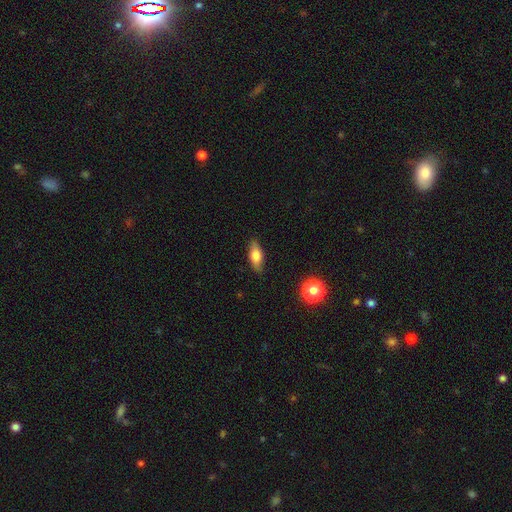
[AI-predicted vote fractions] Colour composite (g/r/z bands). It shows a smooth galaxy with no disk features (67%) that is in between round and cigar-shaped (70%). Merging: none (83%).